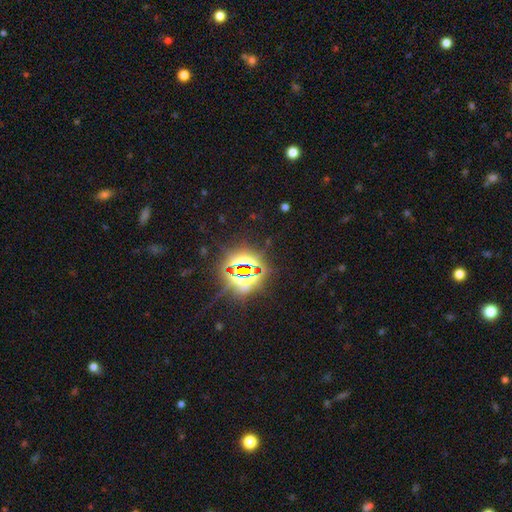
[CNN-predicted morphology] A star or artifact, not a galaxy (80%).

Vote fractions:
- Smooth or featured? star or artifact: 80% / smooth: 12% / featured or disk: 8%